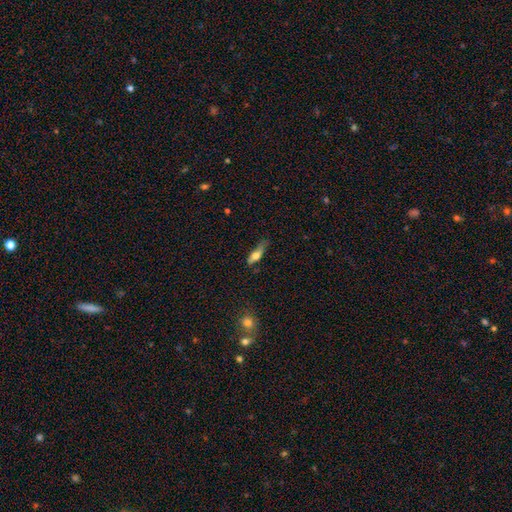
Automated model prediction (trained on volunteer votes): A smooth galaxy with no disk features (62%) that is cigar-shaped (51%).

Vote fractions:
- Smooth or featured? smooth: 62% / featured or disk: 30% / star or artifact: 8%
- How rounded? cigar-shaped: 51% / in between: 45% / round: 4%
- Merging? none: 44% / minor disturbance: 35% / major disturbance: 17% / merger: 4%